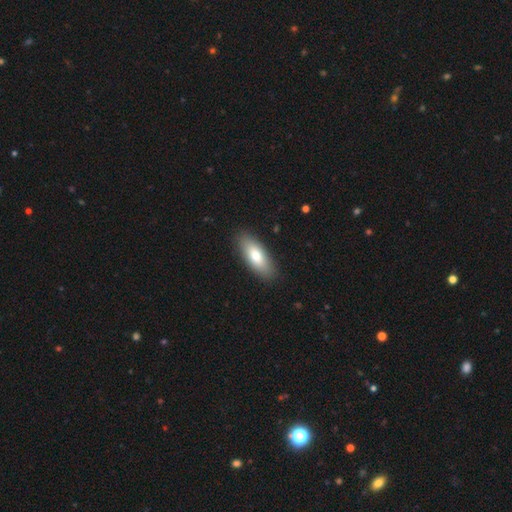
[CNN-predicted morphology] smooth-or-featured: smooth: 74% | featured or disk: 19% | star or artifact: 6%
  how-rounded: in between: 77% | cigar-shaped: 21% | round: 2%
  merging: none: 88% | minor disturbance: 9% | major disturbance: 2% | merger: 1%